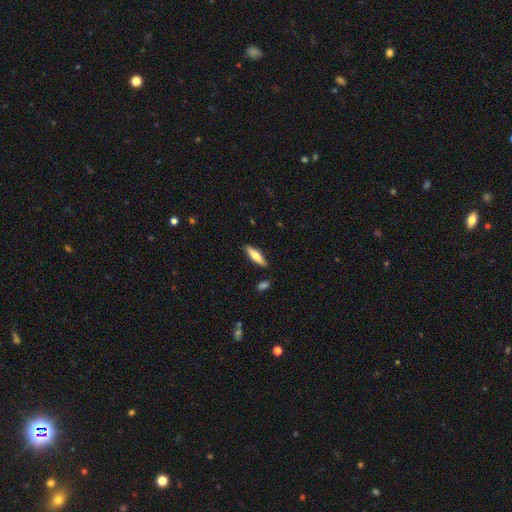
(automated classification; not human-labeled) smooth 57%, featured or disk 37%, star or artifact 6%. Down the decision tree: how rounded — cigar-shaped (61%); merging — none (88%).